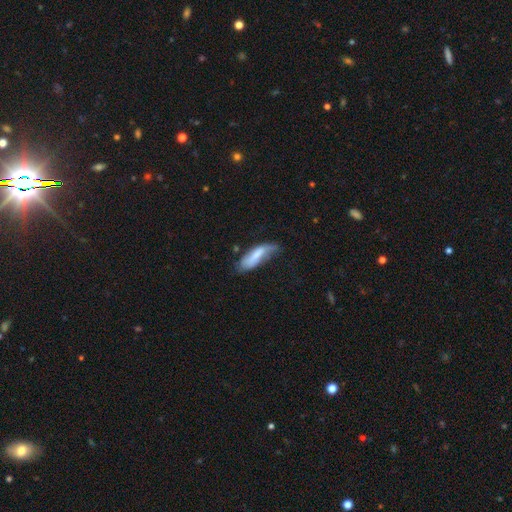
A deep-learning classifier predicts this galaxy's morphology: This appears to be a smooth galaxy with no disk features (65%) that is in between round and cigar-shaped (54%). Merging: minor disturbance (39%).